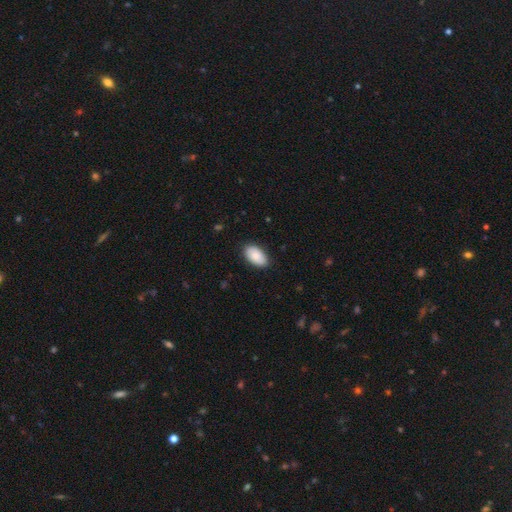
Smooth or featured? smooth (84%)
How rounded? in between (88%)
Merging? none (74%)